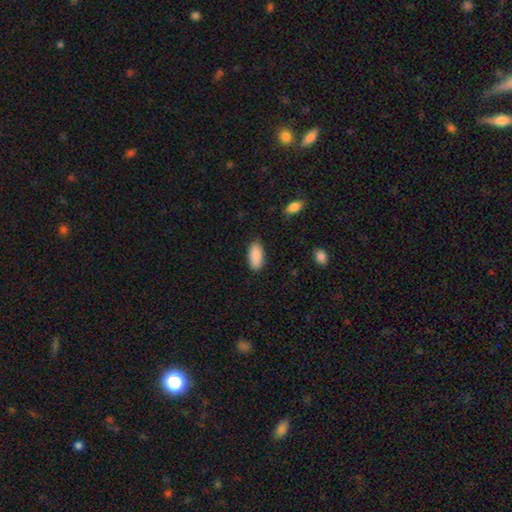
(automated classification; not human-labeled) smooth_or_featured: smooth (p=0.90) [alt: star or artifact p=0.06]
how_rounded: in between (p=0.90) [alt: cigar-shaped p=0.08]
merging: none (p=0.86) [alt: minor disturbance p=0.11]